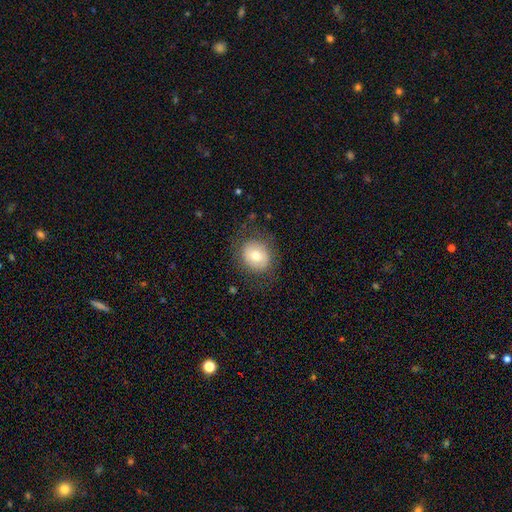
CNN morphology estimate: Smooth or featured?
  - smooth: 70% *
  - featured or disk: 21%
  - star or artifact: 9%
How rounded?
  - round: 69% *
  - in between: 30%
  - cigar-shaped: 1%
Merging?
  - none: 79% *
  - minor disturbance: 13%
  - major disturbance: 7%
  - merger: 1%